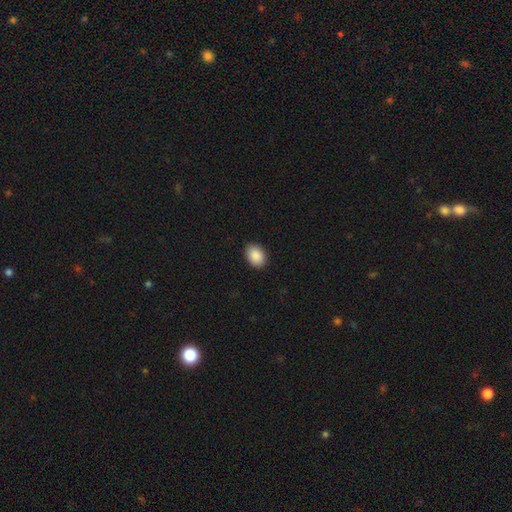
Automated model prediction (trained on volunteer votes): Overall: smooth (89%). How rounded: in between (82%). Merging: none (88%).